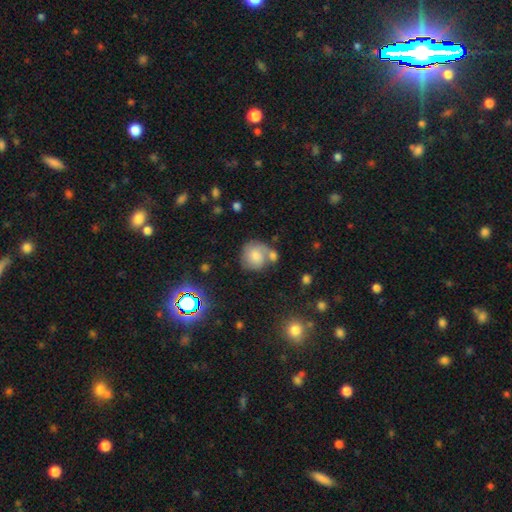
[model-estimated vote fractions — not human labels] A smooth galaxy with no disk features (67%) that is round (82%).

Vote fractions:
- Smooth or featured? smooth: 67% / featured or disk: 23% / star or artifact: 10%
- How rounded? round: 82% / in between: 17% / cigar-shaped: 1%
- Merging? none: 44% / merger: 31% / minor disturbance: 17% / major disturbance: 9%